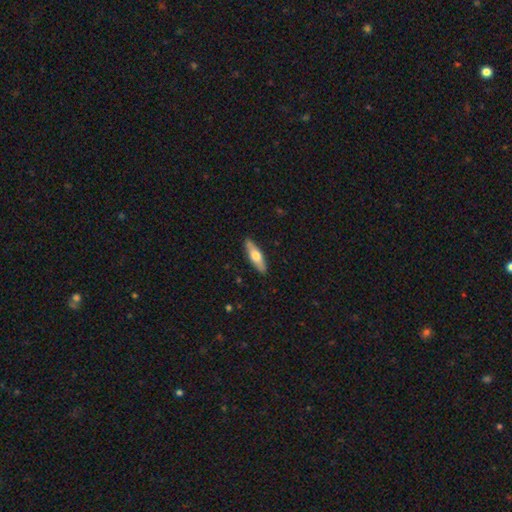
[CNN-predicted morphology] The model was most divided on "smooth or featured": smooth: 55%, featured or disk: 40%, star or artifact: 5%. More confident: merging — none (90%); how rounded — cigar-shaped (65%).